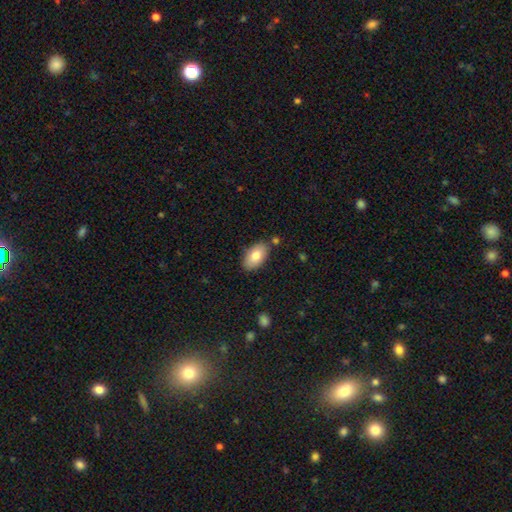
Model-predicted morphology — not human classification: Smooth or featured? smooth (80%)
How rounded? in between (94%)
Merging? none (82%)